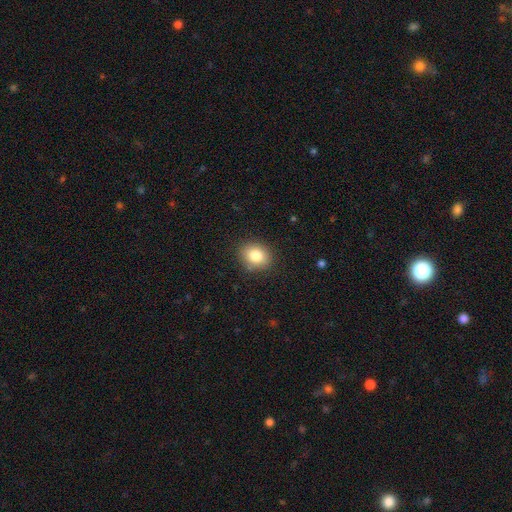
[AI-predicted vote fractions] Smooth or featured?
  - smooth: 83% *
  - star or artifact: 9%
  - featured or disk: 8%
How rounded?
  - round: 55% *
  - in between: 44%
  - cigar-shaped: 1%
Merging?
  - none: 86% *
  - minor disturbance: 10%
  - major disturbance: 3%
  - merger: 1%